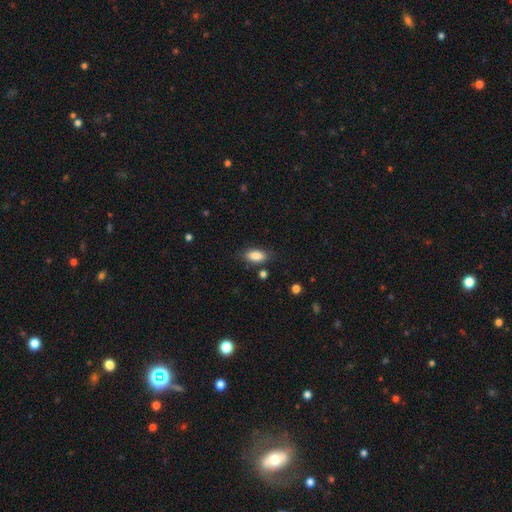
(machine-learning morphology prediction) This is clearly a smooth galaxy (87%). How rounded: clearly in between (89%). Merging: clearly none (80%).